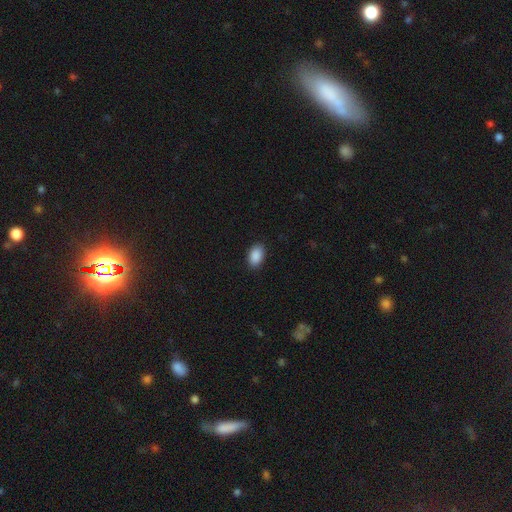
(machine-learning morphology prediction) Smooth or featured? smooth (90%)
How rounded? in between (92%)
Merging? none (89%)